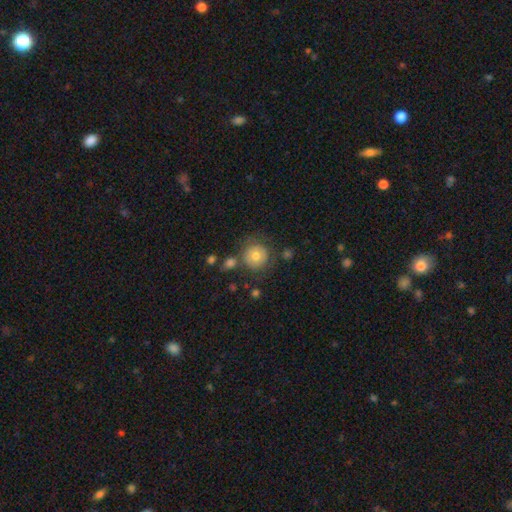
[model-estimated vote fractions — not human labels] smooth-or-featured: smooth: 68% | featured or disk: 22% | star or artifact: 9%
  how-rounded: round: 92% | in between: 7% | cigar-shaped: 1%
  merging: none: 71% | minor disturbance: 15% | major disturbance: 7% | merger: 7%